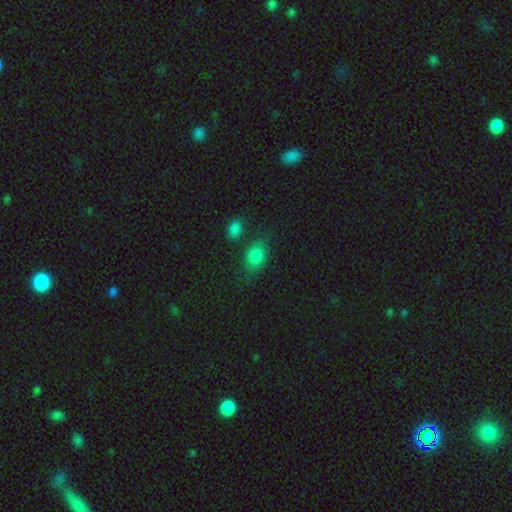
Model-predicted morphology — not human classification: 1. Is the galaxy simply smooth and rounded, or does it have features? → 80% smooth, 13% star or artifact, 7% featured or disk.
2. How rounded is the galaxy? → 73% in between, 25% round, 2% cigar-shaped.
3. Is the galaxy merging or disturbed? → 67% none, 18% minor disturbance, 8% merger, 6% major disturbance.